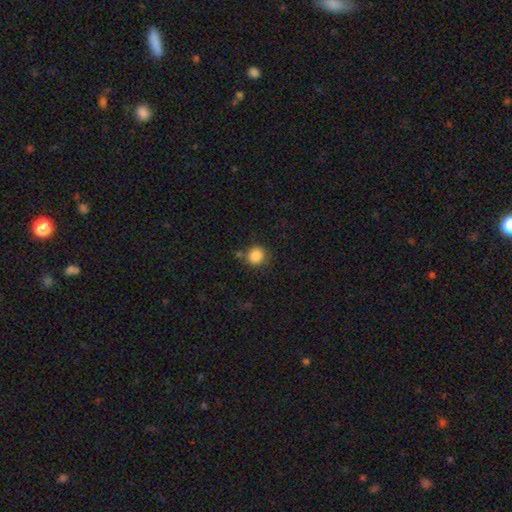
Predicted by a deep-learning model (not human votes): smooth 86%, star or artifact 10%, featured or disk 4%. Down the decision tree: how rounded — round (85%); merging — none (75%).